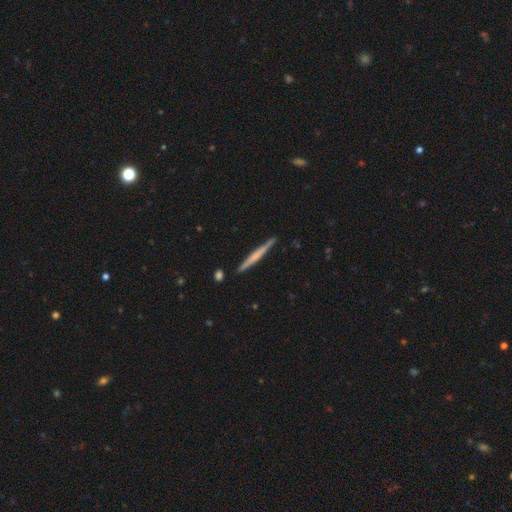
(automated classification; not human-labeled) Smooth or featured?
  - featured or disk: 54% *
  - smooth: 41%
  - star or artifact: 5%
Edge-on disk?
  - yes: 98% *
  - no: 2%
Edge-on bulge?
  - none: 60% *
  - rounded: 27%
  - boxy: 13%
Merging?
  - none: 90% *
  - minor disturbance: 7%
  - merger: 1%
  - major disturbance: 1%